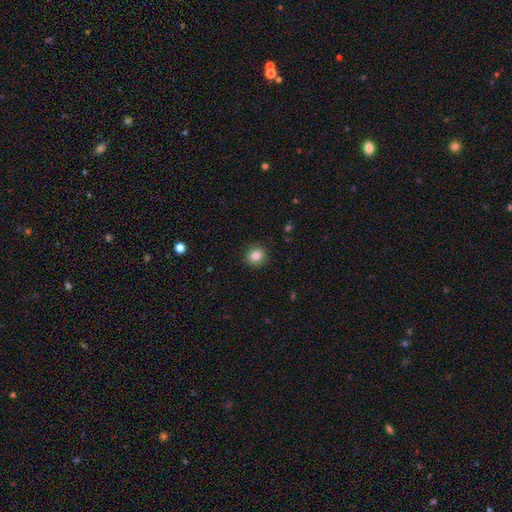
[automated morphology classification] Smooth or featured?
  - smooth: 84% *
  - star or artifact: 10%
  - featured or disk: 6%
How rounded?
  - round: 87% *
  - in between: 12%
  - cigar-shaped: 1%
Merging?
  - none: 91% *
  - minor disturbance: 6%
  - major disturbance: 2%
  - merger: 1%